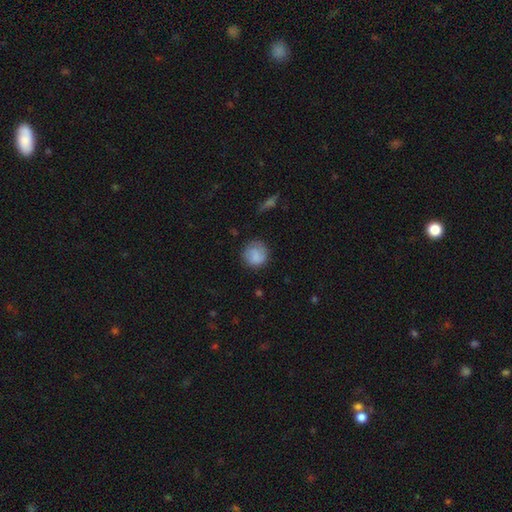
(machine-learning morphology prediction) A smooth galaxy with no disk features (80%) that is round (90%).

Vote fractions:
- Smooth or featured? smooth: 80% / featured or disk: 13% / star or artifact: 7%
- How rounded? round: 90% / in between: 9% / cigar-shaped: 1%
- Merging? none: 77% / minor disturbance: 17% / major disturbance: 5% / merger: 2%